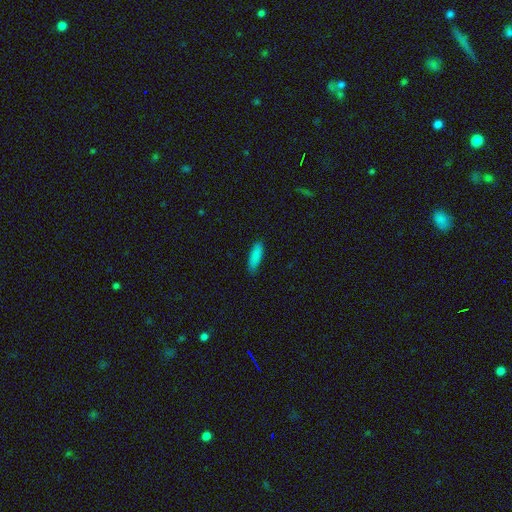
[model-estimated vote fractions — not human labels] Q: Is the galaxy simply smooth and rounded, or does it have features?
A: smooth — 87%.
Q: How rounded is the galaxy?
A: cigar-shaped — 51%.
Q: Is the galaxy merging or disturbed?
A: none — 85%.